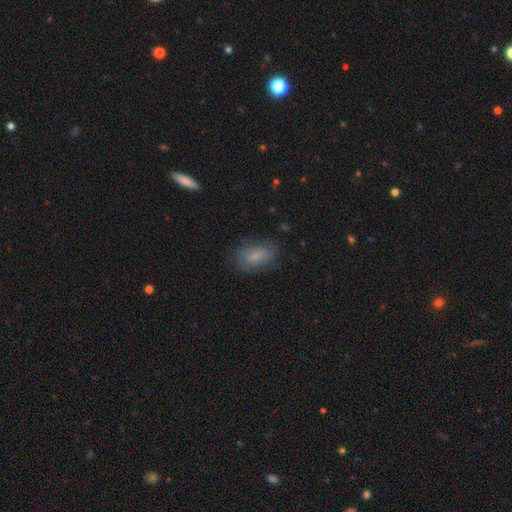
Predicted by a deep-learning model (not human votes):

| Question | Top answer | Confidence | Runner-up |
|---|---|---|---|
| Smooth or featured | smooth | 74% | featured or disk (16%) |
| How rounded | in between | 88% | round (8%) |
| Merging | none | 75% | minor disturbance (18%) |